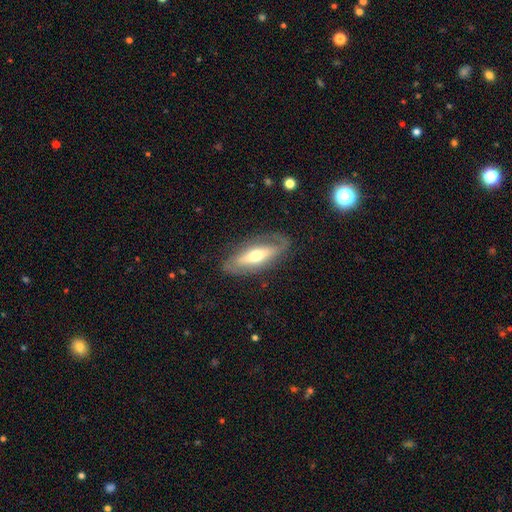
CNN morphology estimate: Q: Smooth or featured?
A: featured or disk (60%); runner-up: smooth (34%)
Q: Edge-on disk?
A: no (66%); runner-up: yes (34%)
Q: Merging?
A: none (73%); runner-up: minor disturbance (16%)